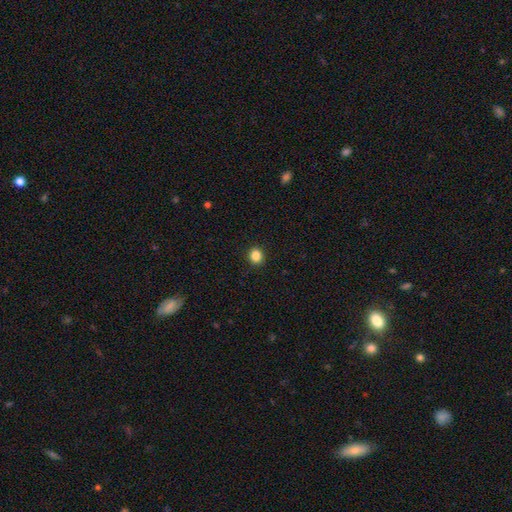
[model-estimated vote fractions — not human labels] Smooth or featured: smooth — 85% (star or artifact — 11%)
How rounded: round — 82% (in between — 18%)
Merging: none — 92% (minor disturbance — 5%)